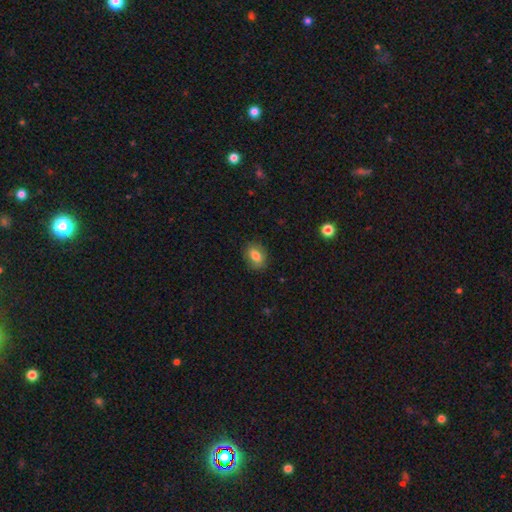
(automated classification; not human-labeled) Q: Smooth or featured?
A: smooth (77%); runner-up: featured or disk (14%)
Q: How rounded?
A: in between (70%); runner-up: round (28%)
Q: Merging?
A: none (84%); runner-up: minor disturbance (12%)